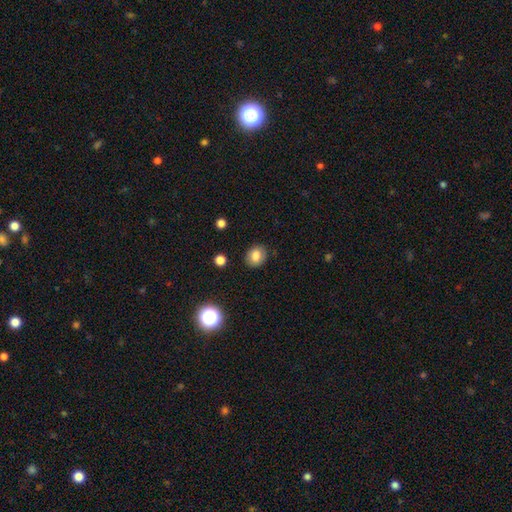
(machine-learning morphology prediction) Smooth or featured?
  - smooth: 82% *
  - star or artifact: 10%
  - featured or disk: 8%
How rounded?
  - round: 59% *
  - in between: 40%
  - cigar-shaped: 1%
Merging?
  - none: 86% *
  - minor disturbance: 10%
  - major disturbance: 3%
  - merger: 1%